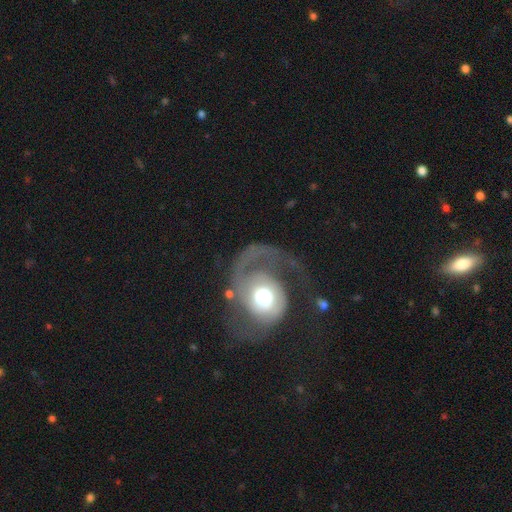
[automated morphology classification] The model was most divided on "spiral winding": medium: 39%, tight: 35%, loose: 27%. Remaining: edge-on disk — no (98%); spiral arms — yes (89%); smooth or featured — featured or disk (81%); bar — no (77%); spiral arm count — 1 (62%); bulge size — moderate (60%); merging — none (42%).